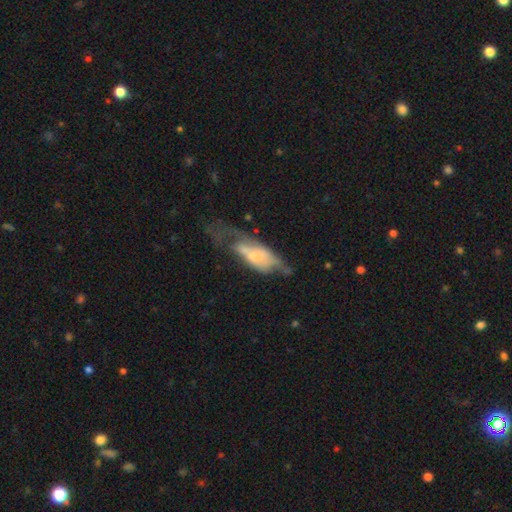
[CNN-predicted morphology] Smooth or featured: featured or disk — 55% (smooth — 38%)
Edge-on disk: no — 78% (yes — 22%)
Merging: major disturbance — 42% (none — 26%)